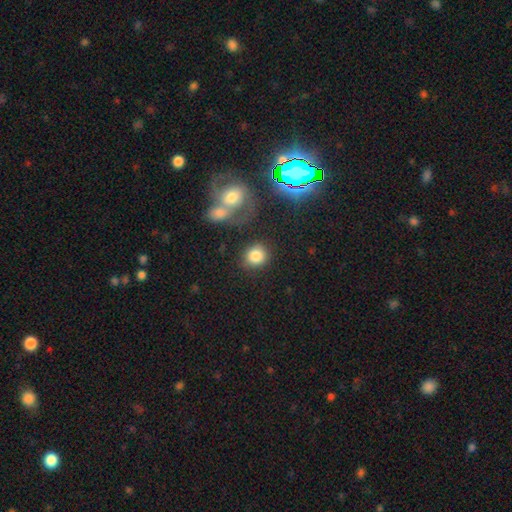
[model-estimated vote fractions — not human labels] This appears to be a smooth galaxy with no disk features (82%) that is round (79%). Merging: none (73%).